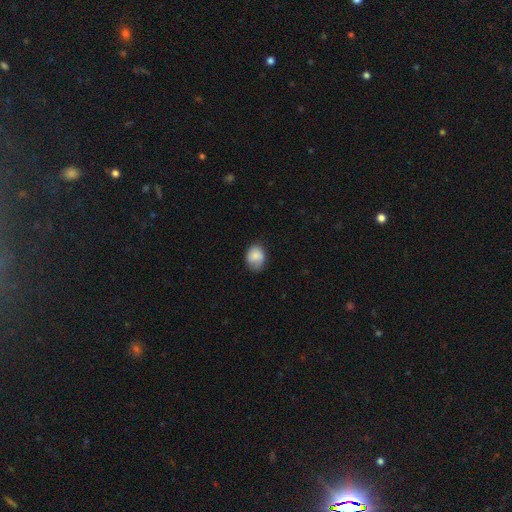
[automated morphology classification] This appears to be a smooth galaxy with no disk features (77%) that is in between round and cigar-shaped (53%). Merging: none (64%).